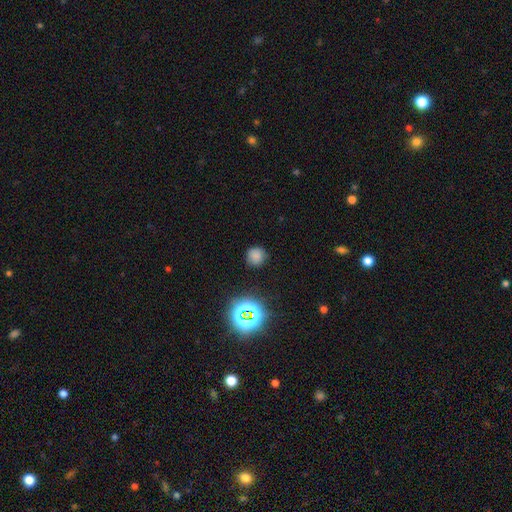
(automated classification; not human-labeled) This appears to be a smooth galaxy with no disk features (73%) that is round (90%). Merging: none (83%).